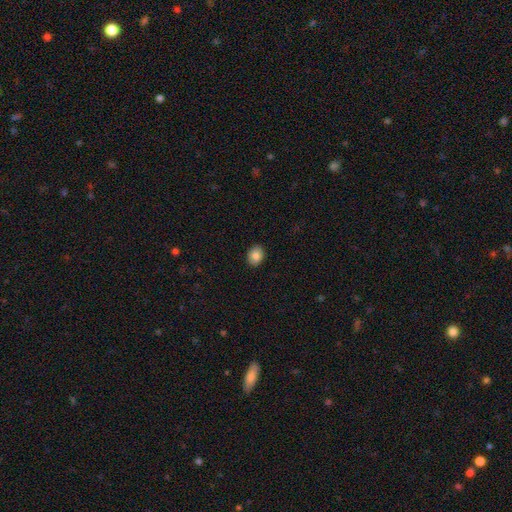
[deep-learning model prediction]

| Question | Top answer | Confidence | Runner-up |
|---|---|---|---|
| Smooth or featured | smooth | 83% | featured or disk (8%) |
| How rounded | in between | 56% | round (43%) |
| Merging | none | 90% | minor disturbance (8%) |